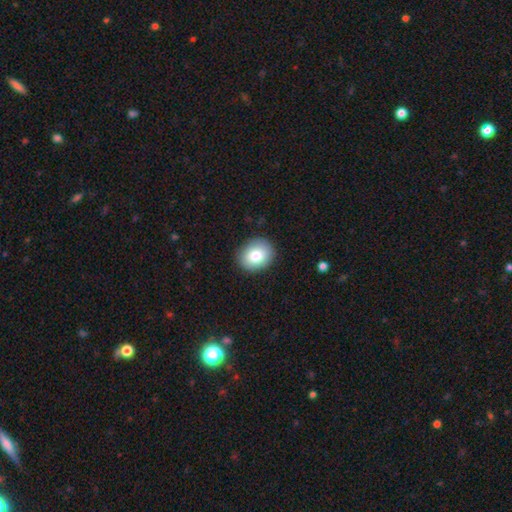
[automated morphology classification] This is clearly a smooth galaxy (81%). How rounded: possibly round (59%). Merging: clearly none (89%).